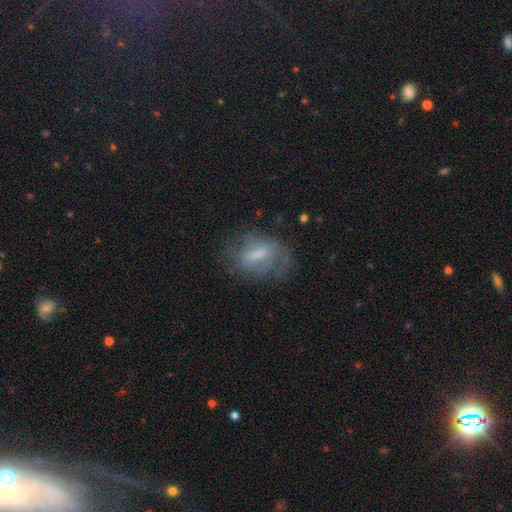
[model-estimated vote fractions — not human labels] Morphology: type=featured or disk (49%); merging=none (54%).